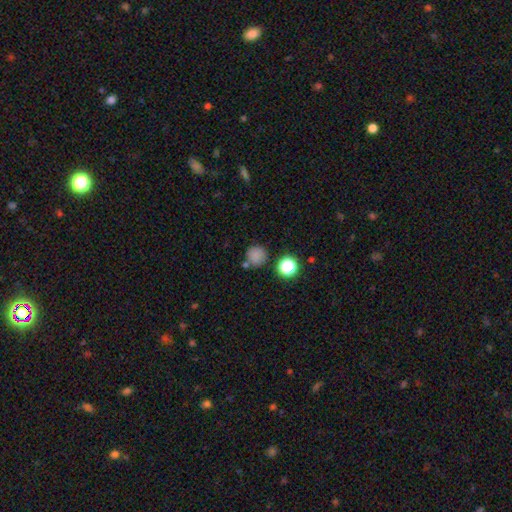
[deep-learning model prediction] This appears to be a smooth galaxy with no disk features (79%) that is round (92%). Merging: none (73%).